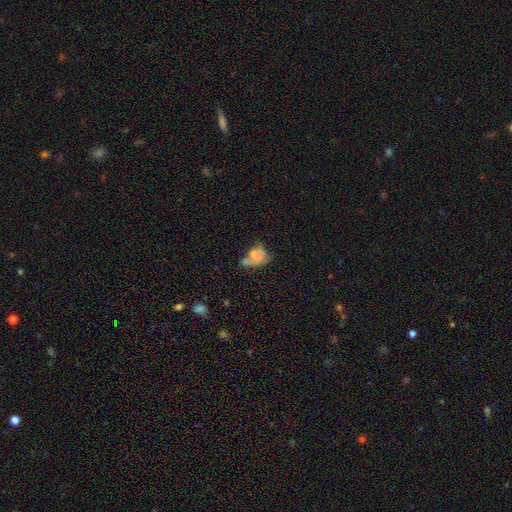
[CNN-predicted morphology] type=smooth (56%); roundness=in between (72%); merging=merger (33%).